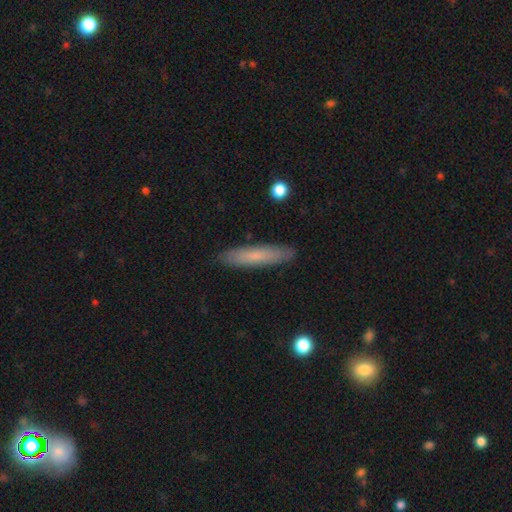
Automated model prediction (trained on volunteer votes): Smooth or featured? smooth (70%)
How rounded? cigar-shaped (89%)
Merging? none (89%)